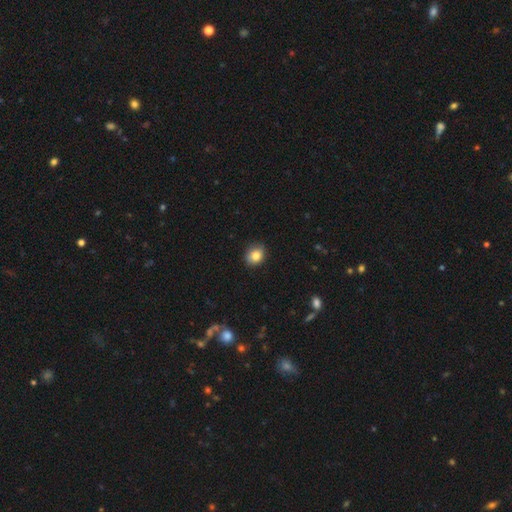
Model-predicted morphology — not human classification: smooth-or-featured: smooth: 84% | star or artifact: 9% | featured or disk: 7%
  how-rounded: round: 54% | in between: 45% | cigar-shaped: 1%
  merging: none: 83% | minor disturbance: 14% | major disturbance: 2% | merger: 1%